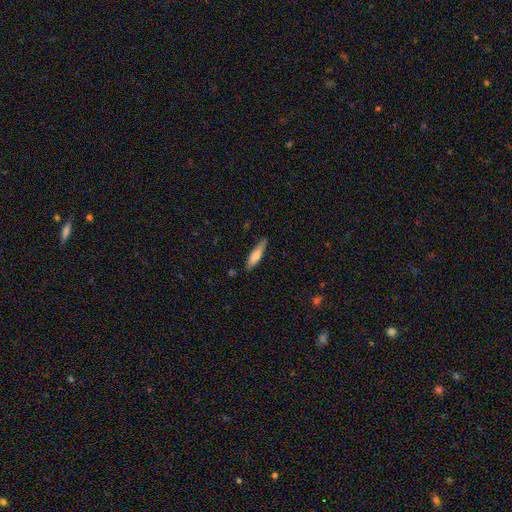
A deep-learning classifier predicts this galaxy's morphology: Smooth or featured? Predicted: smooth (p=0.66). How rounded? Predicted: cigar-shaped (p=0.78). Merging? Predicted: none (p=0.83).